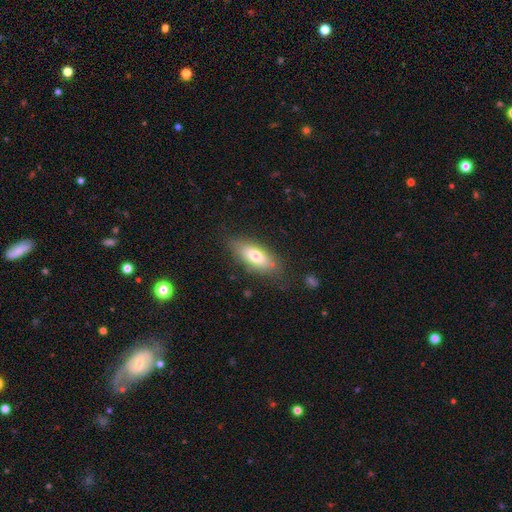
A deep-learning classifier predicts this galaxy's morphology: The model was most divided on "smooth or featured": smooth: 70%, featured or disk: 23%, star or artifact: 7%. More confident: how rounded — in between (77%); merging — none (76%).